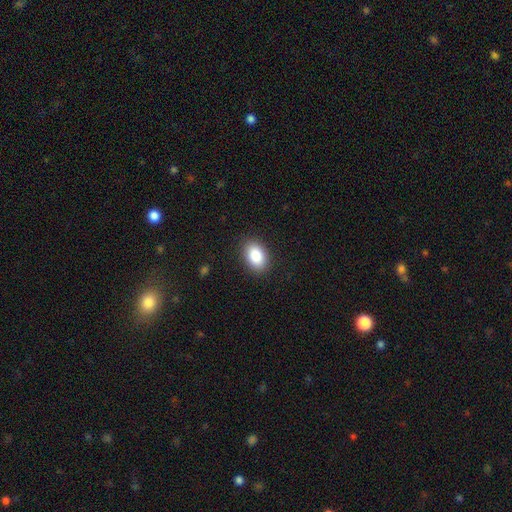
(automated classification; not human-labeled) smooth 87%, star or artifact 8%, featured or disk 6%. Down the decision tree: how rounded — in between (85%); merging — none (89%).